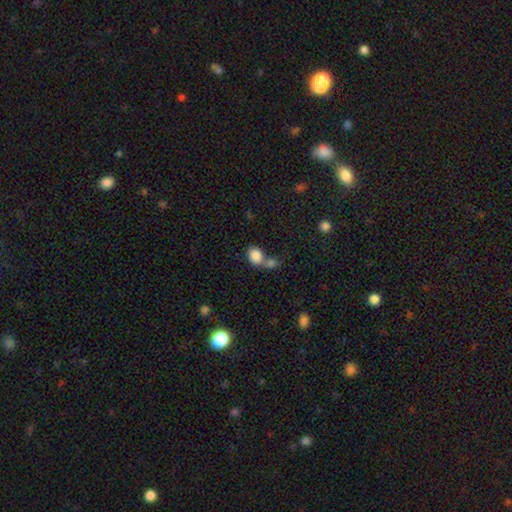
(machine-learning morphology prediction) smooth 84%, star or artifact 9%, featured or disk 7%. Down the decision tree: how rounded — in between (65%); merging — merger (53%).